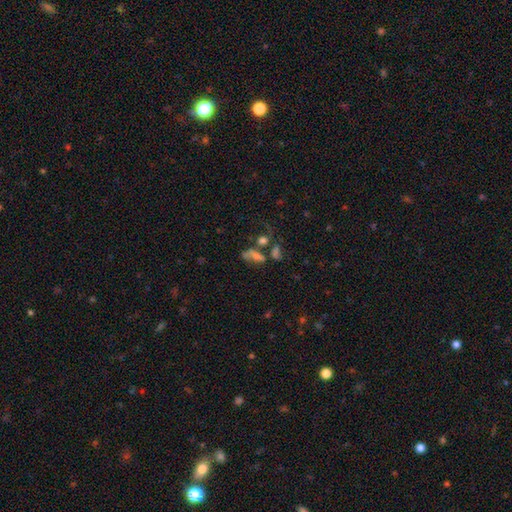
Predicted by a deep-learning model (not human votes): Smooth or featured? smooth (51%)
How rounded? in between (69%)
Merging? merger (39%)